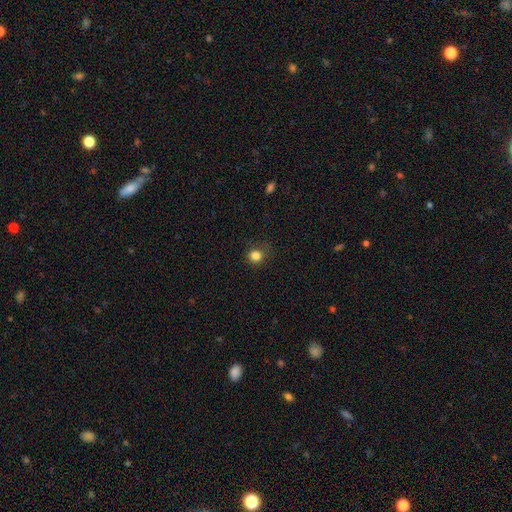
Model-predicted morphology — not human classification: Smooth or featured?
  - smooth: 82% *
  - star or artifact: 13%
  - featured or disk: 4%
How rounded?
  - round: 79% *
  - in between: 20%
  - cigar-shaped: 1%
Merging?
  - none: 76% *
  - minor disturbance: 16%
  - major disturbance: 6%
  - merger: 1%